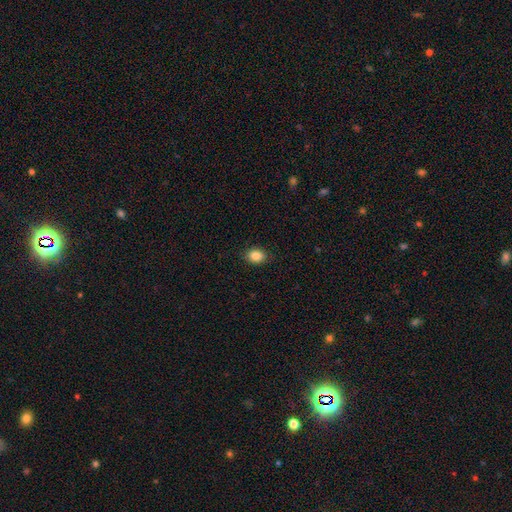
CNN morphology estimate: type=smooth (86%); roundness=in between (59%); merging=none (88%).